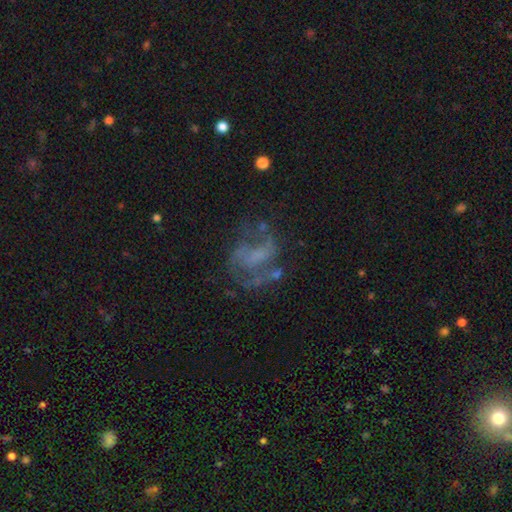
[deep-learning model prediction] The model was most divided on "merging": none: 45%, major disturbance: 30%, minor disturbance: 18%, merger: 6%. More confident: edge-on disk — no (97%); smooth or featured — featured or disk (66%); spiral arms — yes (63%); bulge size — none (54%); bar — no (52%).